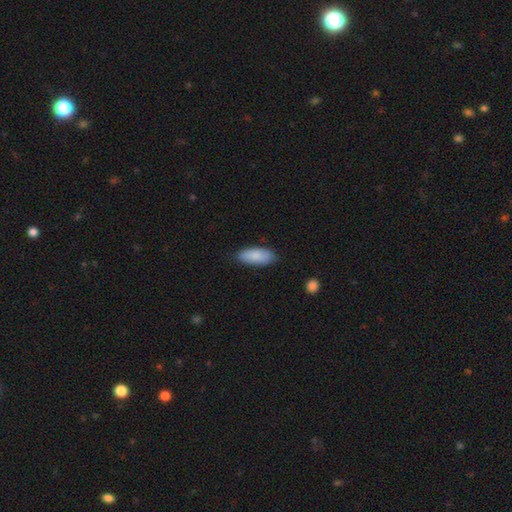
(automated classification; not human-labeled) Overall: smooth (86%). How rounded: in between (84%). Merging: none (83%).